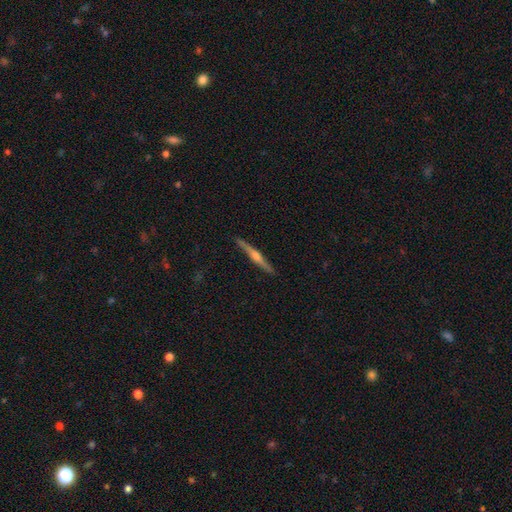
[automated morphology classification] featured or disk 74%, smooth 21%, star or artifact 6%. Down the decision tree: edge-on disk — yes (98%); edge-on bulge — rounded (80%); merging — none (91%).